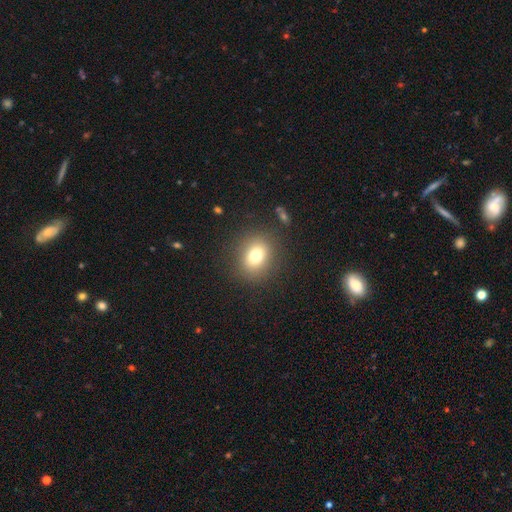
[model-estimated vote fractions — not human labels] This appears to be a smooth galaxy with no disk features (76%) that is round (63%). Merging: none (86%).